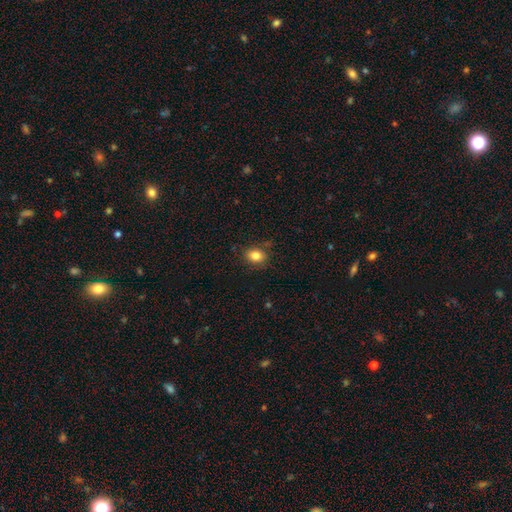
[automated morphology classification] Q: Smooth or featured?
A: smooth (83%); runner-up: star or artifact (10%)
Q: How rounded?
A: in between (57%); runner-up: round (42%)
Q: Merging?
A: none (81%); runner-up: minor disturbance (13%)